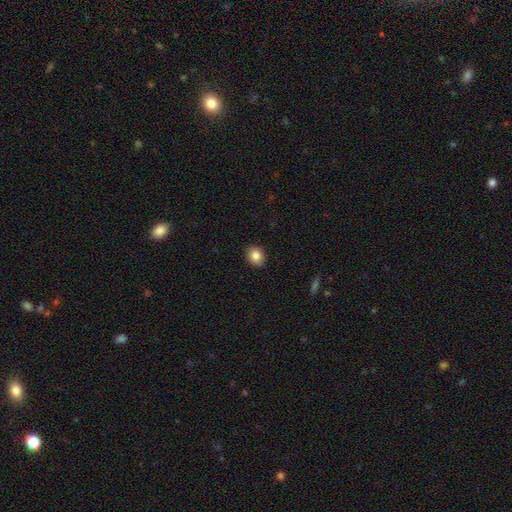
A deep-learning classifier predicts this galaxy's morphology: This appears to be a smooth galaxy with no disk features (84%) that is round (62%). Merging: none (90%).